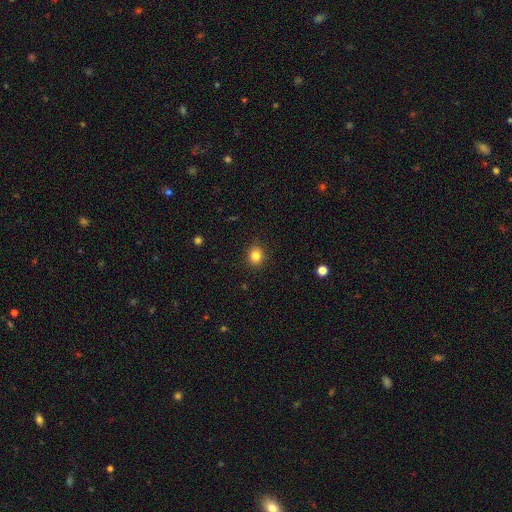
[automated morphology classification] A smooth galaxy with no disk features (83%) that is round (79%). Merging: none (90%).